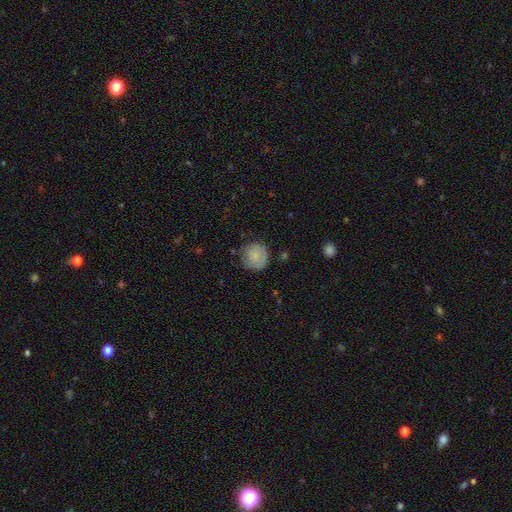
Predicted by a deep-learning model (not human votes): Smooth or featured? smooth (80%)
How rounded? round (93%)
Merging? none (77%)